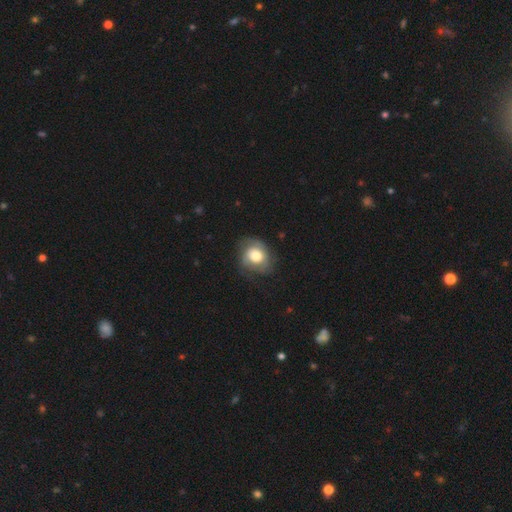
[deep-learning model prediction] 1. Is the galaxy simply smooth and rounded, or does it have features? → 50% smooth, 43% featured or disk, 8% star or artifact.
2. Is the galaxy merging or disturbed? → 64% none, 23% minor disturbance, 12% major disturbance, 1% merger.